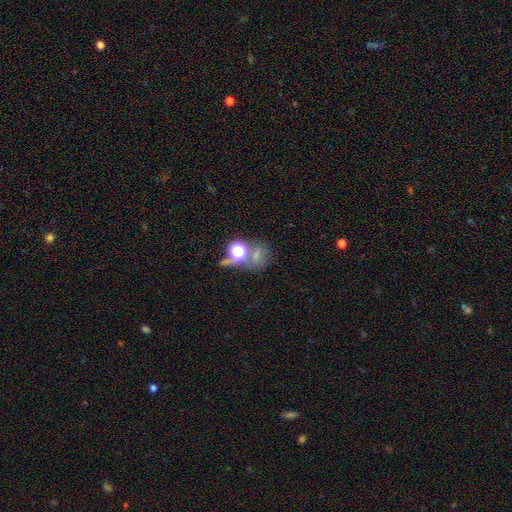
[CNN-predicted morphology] Smooth or featured: smooth — 48% (star or artifact — 37%)
Merging: none — 47% (merger — 26%)